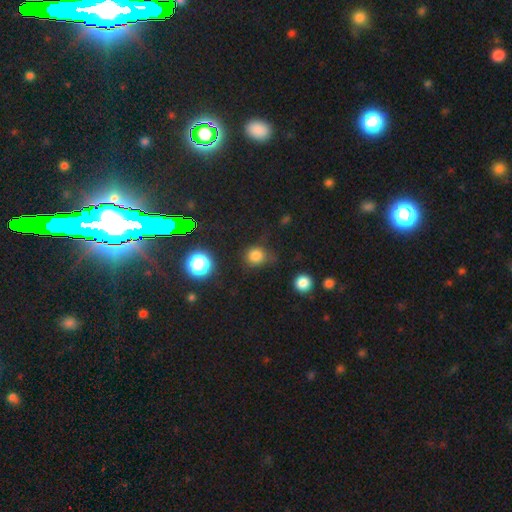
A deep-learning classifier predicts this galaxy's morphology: This appears to be a smooth galaxy with no disk features (78%) that is round (85%). Merging: none (68%).